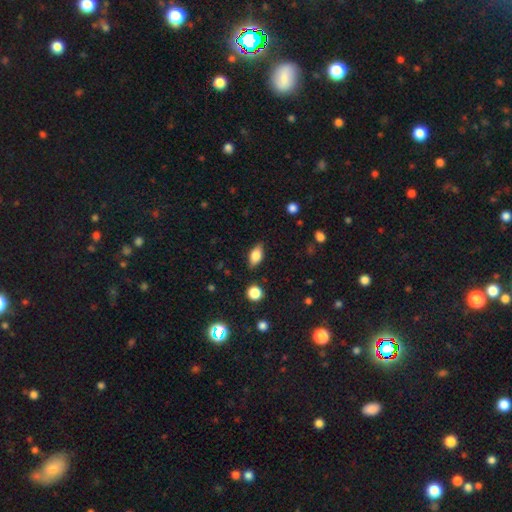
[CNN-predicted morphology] smooth_or_featured: smooth (p=0.74) [alt: featured or disk p=0.18]
how_rounded: in between (p=0.85) [alt: cigar-shaped p=0.08]
merging: none (p=0.84) [alt: minor disturbance p=0.12]